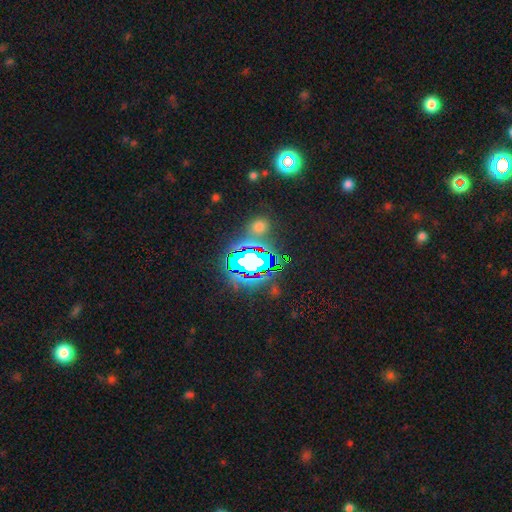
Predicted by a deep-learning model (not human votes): Smooth or featured: star or artifact — 72% (smooth — 16%)